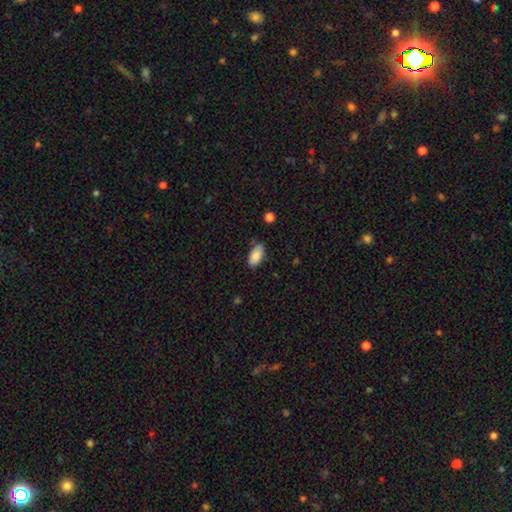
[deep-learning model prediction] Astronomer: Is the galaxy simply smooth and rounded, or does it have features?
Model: smooth — 88%.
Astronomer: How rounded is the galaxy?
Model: in between — 93%.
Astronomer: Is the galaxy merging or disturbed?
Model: none — 78%.